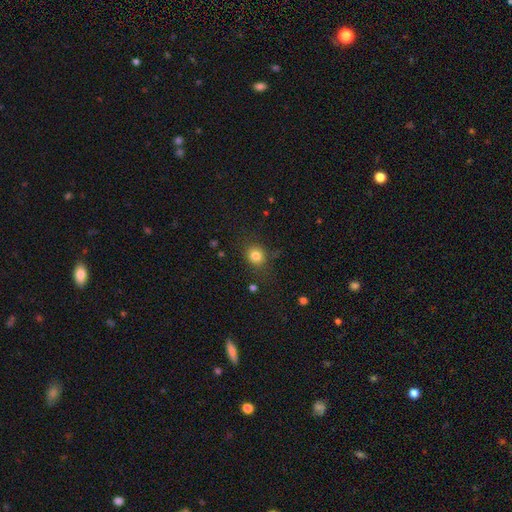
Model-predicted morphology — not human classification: Q: Smooth or featured?
A: smooth (81%); runner-up: star or artifact (12%)
Q: How rounded?
A: round (74%); runner-up: in between (25%)
Q: Merging?
A: none (78%); runner-up: minor disturbance (14%)